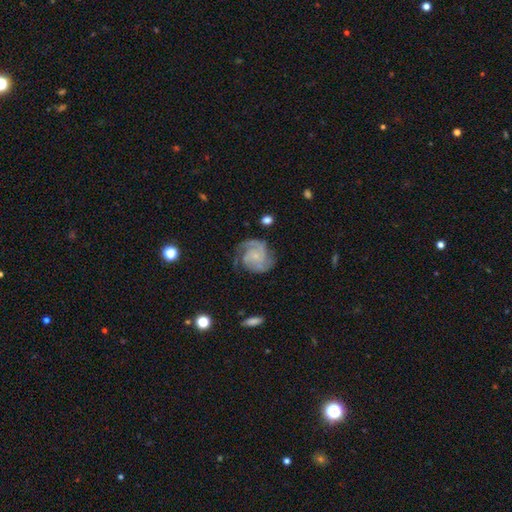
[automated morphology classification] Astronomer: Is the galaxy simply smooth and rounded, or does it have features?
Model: featured or disk — 87%.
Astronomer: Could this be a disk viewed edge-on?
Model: no — 98%.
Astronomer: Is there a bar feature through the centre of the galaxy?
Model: no — 68%.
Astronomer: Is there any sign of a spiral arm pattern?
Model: yes — 97%.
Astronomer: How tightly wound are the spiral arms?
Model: tight — 49% (runner-up: medium, 42%).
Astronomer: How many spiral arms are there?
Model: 2 — 51% (runner-up: 3, 26%).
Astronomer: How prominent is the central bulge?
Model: small — 68%.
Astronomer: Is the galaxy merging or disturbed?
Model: none — 70%.